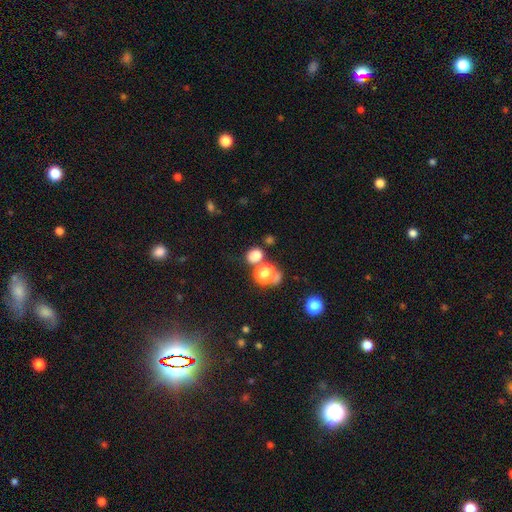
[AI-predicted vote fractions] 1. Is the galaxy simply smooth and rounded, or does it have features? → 76% smooth, 18% star or artifact, 6% featured or disk.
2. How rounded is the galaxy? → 73% round, 26% in between, 1% cigar-shaped.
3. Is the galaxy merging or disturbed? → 64% none, 21% merger, 10% minor disturbance, 5% major disturbance.